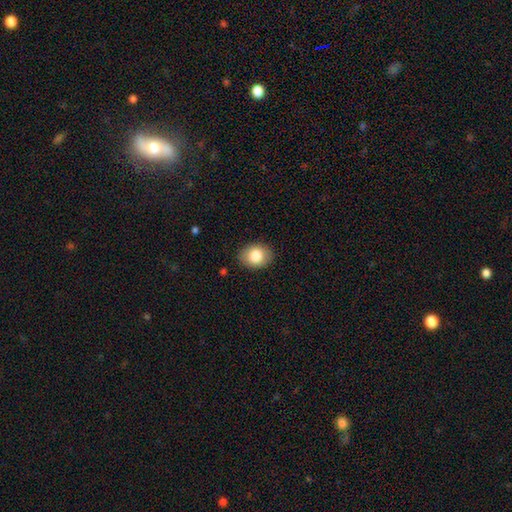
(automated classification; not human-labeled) This is clearly a smooth galaxy (84%). How rounded: likely in between (64%). Merging: clearly none (87%).